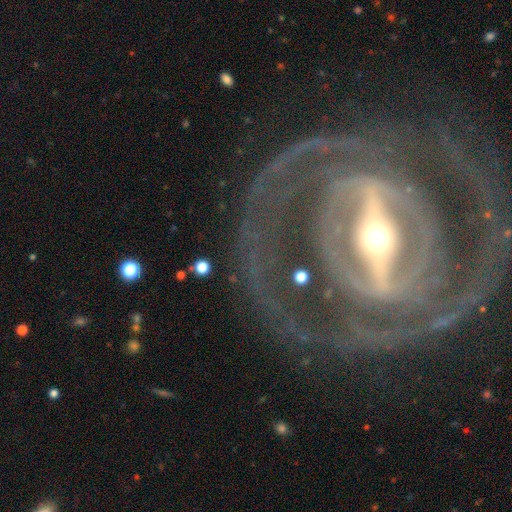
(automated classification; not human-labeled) Smooth or featured? Predicted: featured or disk (p=0.89). Edge-on disk? Predicted: no (p=0.91). Bar? Predicted: strong (p=0.81). Spiral arms? Predicted: yes (p=0.86). Spiral winding? Predicted: tight (p=0.51). Spiral arm count? Predicted: 2 (p=0.53). Bulge size? Predicted: moderate (p=0.54). Merging? Predicted: none (p=0.67).